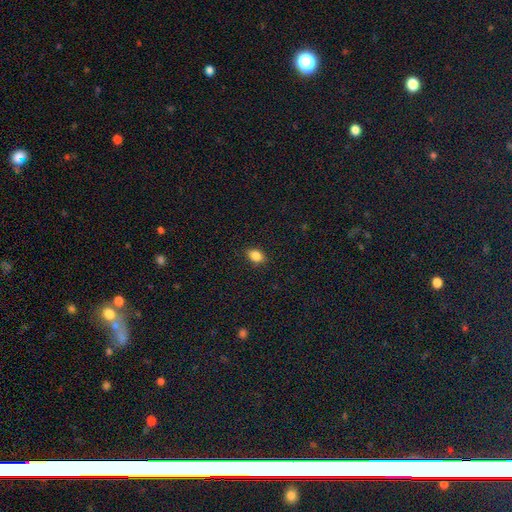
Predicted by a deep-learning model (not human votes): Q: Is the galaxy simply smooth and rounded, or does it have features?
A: smooth — 84%.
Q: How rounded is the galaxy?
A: in between — 82%.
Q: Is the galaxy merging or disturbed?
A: none — 88%.